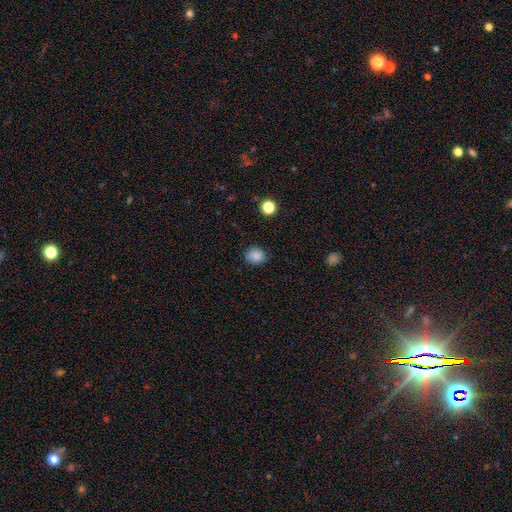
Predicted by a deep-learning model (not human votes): Q: Smooth or featured?
A: smooth (86%); runner-up: star or artifact (10%)
Q: How rounded?
A: round (68%); runner-up: in between (31%)
Q: Merging?
A: none (84%); runner-up: minor disturbance (12%)